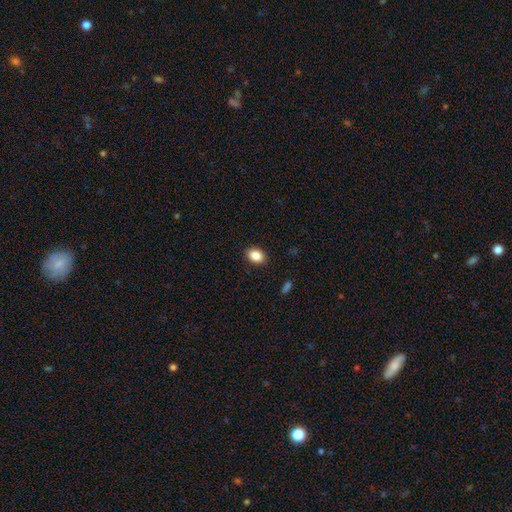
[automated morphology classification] The model was most divided on "how rounded": in between: 71%, round: 28%, cigar-shaped: 1%. More confident: merging — none (90%); smooth or featured — smooth (87%).